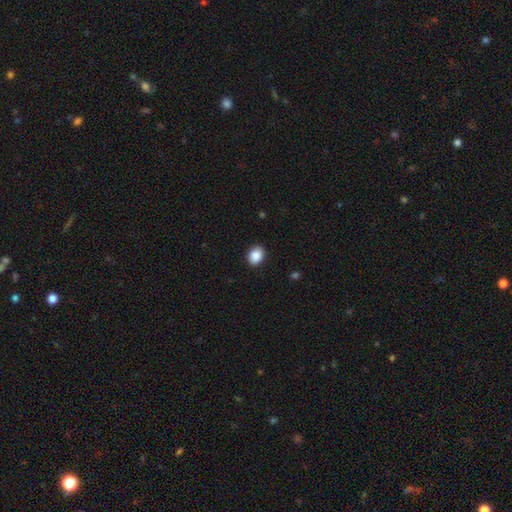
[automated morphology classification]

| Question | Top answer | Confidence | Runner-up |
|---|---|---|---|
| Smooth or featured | smooth | 89% | star or artifact (8%) |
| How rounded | in between | 58% | round (41%) |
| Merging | none | 89% | minor disturbance (8%) |